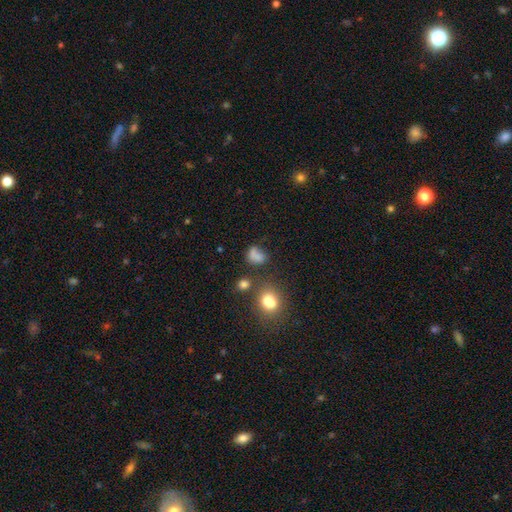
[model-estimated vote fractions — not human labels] This appears to be a smooth galaxy with no disk features (71%) that is in between round and cigar-shaped (59%). Merging: none (41%).